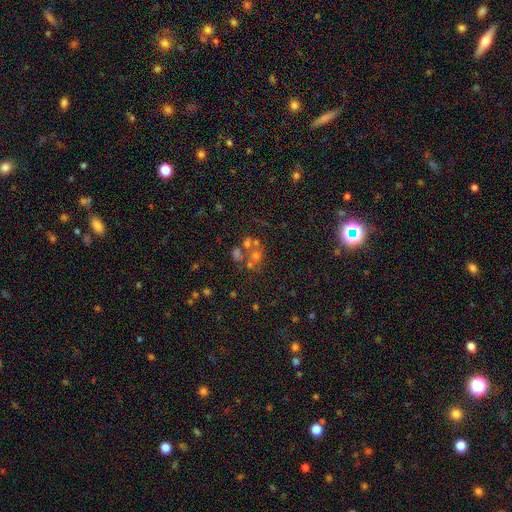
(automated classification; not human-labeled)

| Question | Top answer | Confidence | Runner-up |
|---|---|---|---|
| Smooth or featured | smooth | 39% | star or artifact (36%) |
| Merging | none | 44% | merger (37%) |